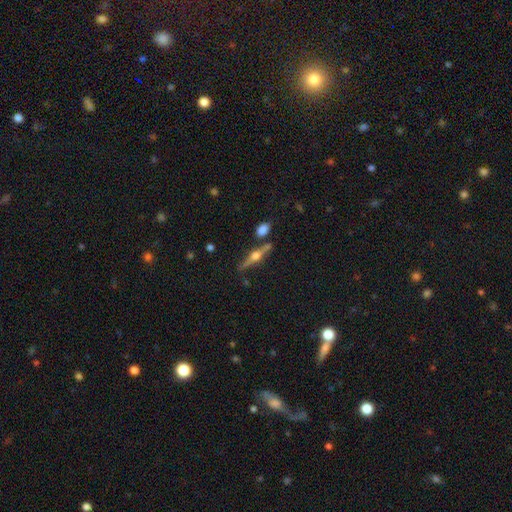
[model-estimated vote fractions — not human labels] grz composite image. It shows a featured or disk galaxy (77%) viewed edge-on (97%) with a rounded central bulge (95%). Merging: none (77%).